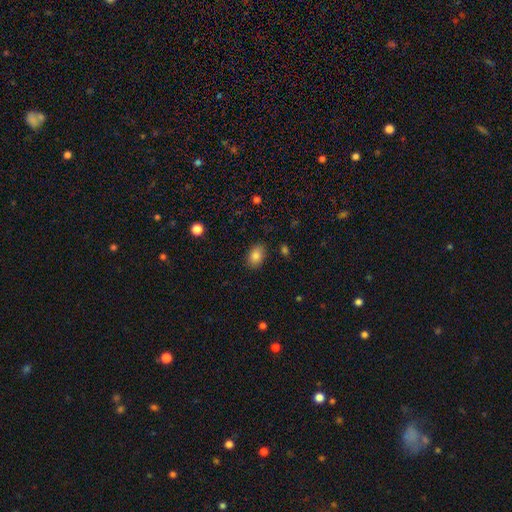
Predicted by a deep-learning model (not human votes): A smooth galaxy with no disk features (85%) that is in between round and cigar-shaped (84%).

Vote fractions:
- Smooth or featured? smooth: 85% / star or artifact: 9% / featured or disk: 6%
- How rounded? in between: 84% / round: 15% / cigar-shaped: 1%
- Merging? none: 84% / minor disturbance: 11% / major disturbance: 3% / merger: 1%